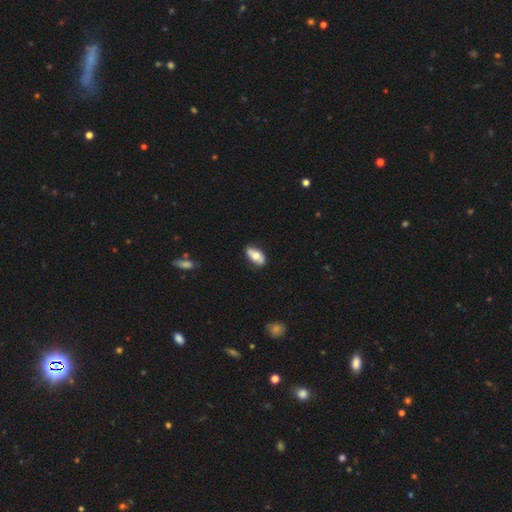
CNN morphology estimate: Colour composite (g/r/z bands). It shows a smooth galaxy with no disk features (62%) that is in between round and cigar-shaped (90%). Merging: none (80%).